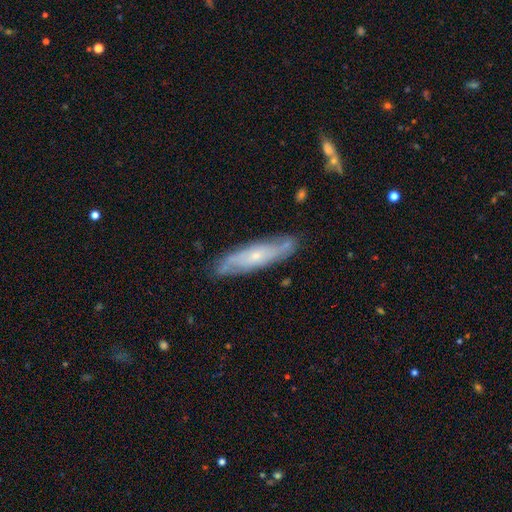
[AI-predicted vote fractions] Q: Smooth or featured?
A: featured or disk (67%); runner-up: smooth (27%)
Q: Edge-on disk?
A: no (64%); runner-up: yes (36%)
Q: Merging?
A: none (81%); runner-up: minor disturbance (15%)